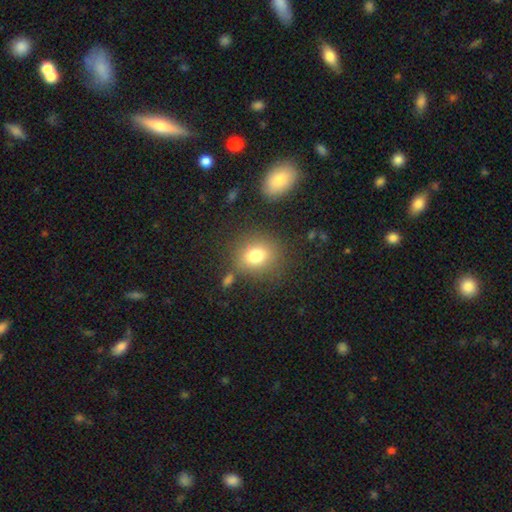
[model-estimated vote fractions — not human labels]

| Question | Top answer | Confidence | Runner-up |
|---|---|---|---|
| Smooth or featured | smooth | 79% | star or artifact (11%) |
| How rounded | round | 61% | in between (38%) |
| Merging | none | 77% | minor disturbance (12%) |